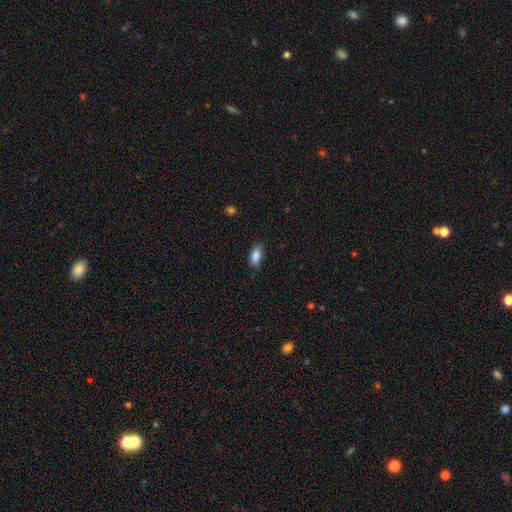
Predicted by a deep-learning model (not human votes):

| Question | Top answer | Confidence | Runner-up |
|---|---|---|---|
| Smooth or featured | smooth | 86% | star or artifact (8%) |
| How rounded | in between | 87% | cigar-shaped (10%) |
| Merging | none | 78% | minor disturbance (18%) |